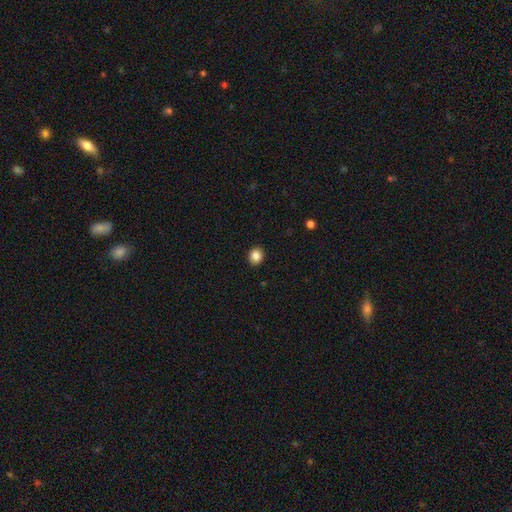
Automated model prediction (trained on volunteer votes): Smooth or featured? smooth (85%)
How rounded? round (72%)
Merging? none (91%)